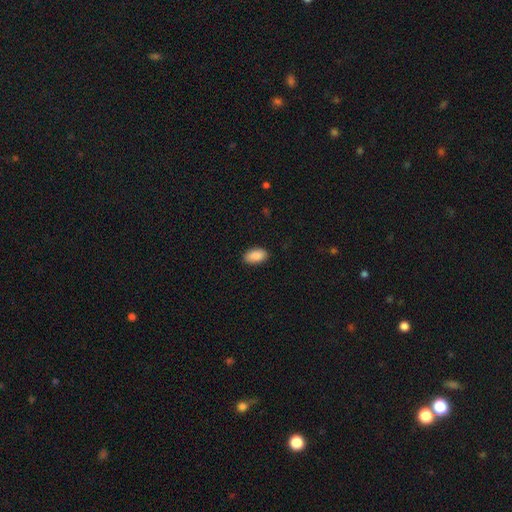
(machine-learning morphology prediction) Q: Smooth or featured?
A: smooth (89%); runner-up: star or artifact (7%)
Q: How rounded?
A: in between (94%); runner-up: round (4%)
Q: Merging?
A: none (89%); runner-up: minor disturbance (9%)